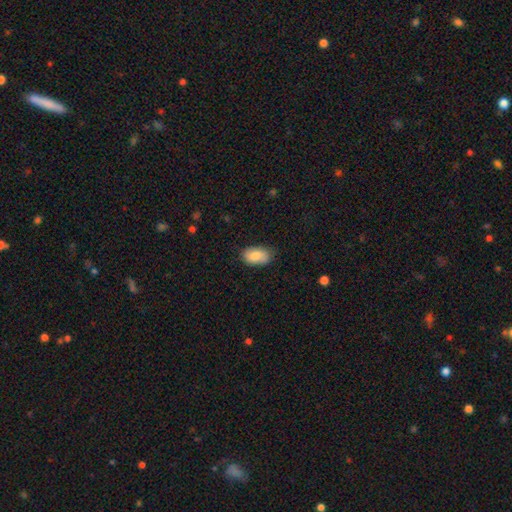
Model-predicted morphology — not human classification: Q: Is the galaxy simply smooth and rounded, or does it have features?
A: smooth — 82%.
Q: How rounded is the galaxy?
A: in between — 93%.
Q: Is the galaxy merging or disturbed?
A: none — 76%.